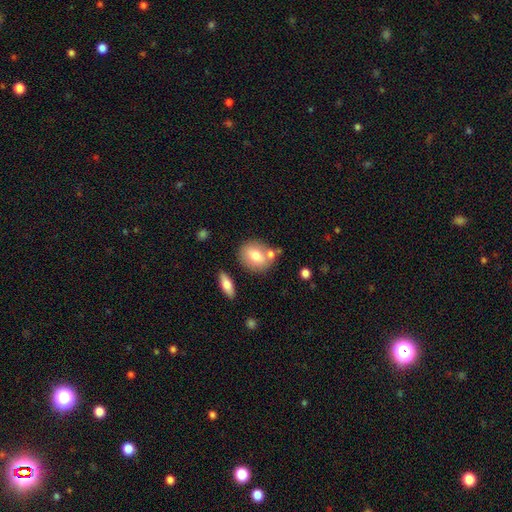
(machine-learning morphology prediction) A smooth galaxy with no disk features (71%) that is in between round and cigar-shaped (51%). Merging: none (66%).